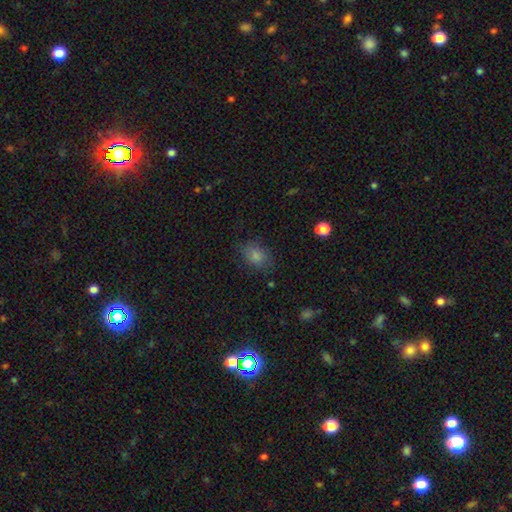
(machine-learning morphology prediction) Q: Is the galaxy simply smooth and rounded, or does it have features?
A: smooth — 82%.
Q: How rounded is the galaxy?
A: in between — 70%.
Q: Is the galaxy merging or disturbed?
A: none — 75%.